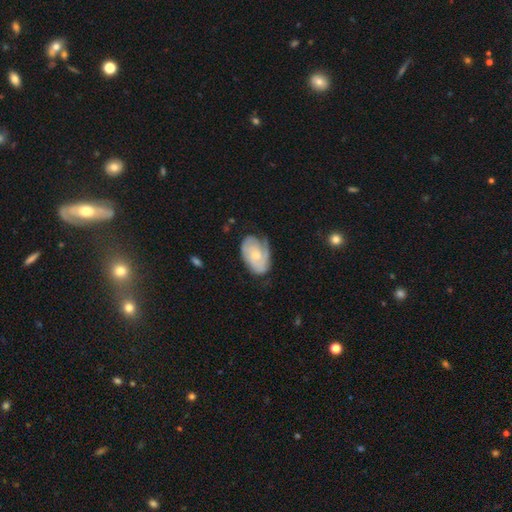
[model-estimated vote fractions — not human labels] Q: Smooth or featured?
A: featured or disk (67%); runner-up: smooth (27%)
Q: Edge-on disk?
A: no (96%); runner-up: yes (4%)
Q: Bar?
A: no (75%); runner-up: weak (22%)
Q: Spiral arms?
A: yes (88%); runner-up: no (12%)
Q: Spiral winding?
A: tight (58%); runner-up: medium (31%)
Q: Spiral arm count?
A: 2 (37%); runner-up: can't tell (34%)
Q: Bulge size?
A: small (53%); runner-up: moderate (41%)
Q: Merging?
A: none (61%); runner-up: minor disturbance (27%)